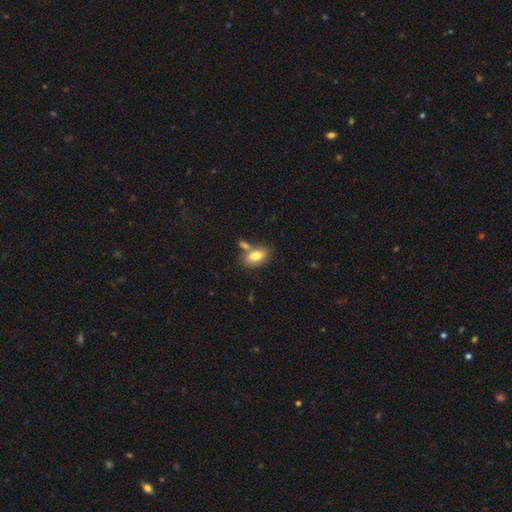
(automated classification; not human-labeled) Smooth or featured? smooth (78%)
How rounded? in between (90%)
Merging? none (57%)